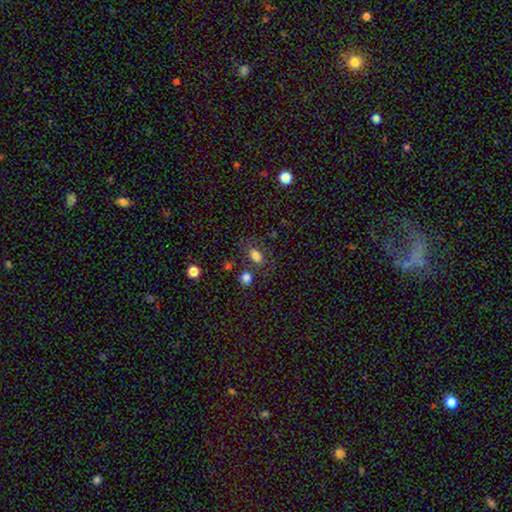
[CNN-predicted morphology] The model was most divided on "merging": none: 69%, minor disturbance: 15%, merger: 10%, major disturbance: 6%. More confident: how rounded — in between (85%); smooth or featured — smooth (81%).